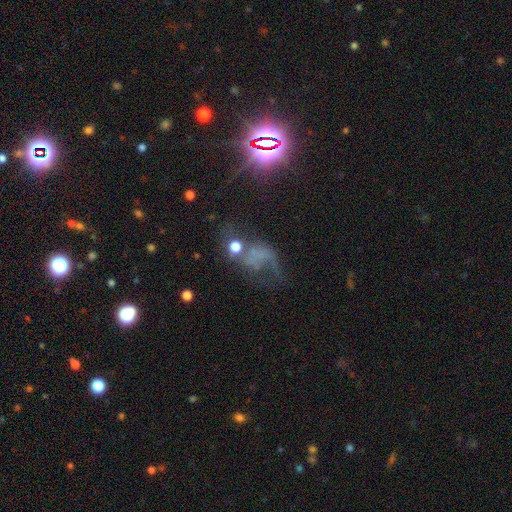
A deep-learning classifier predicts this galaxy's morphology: Q: Smooth or featured?
A: featured or disk (36%); runner-up: star or artifact (35%)
Q: Merging?
A: major disturbance (42%); runner-up: none (29%)